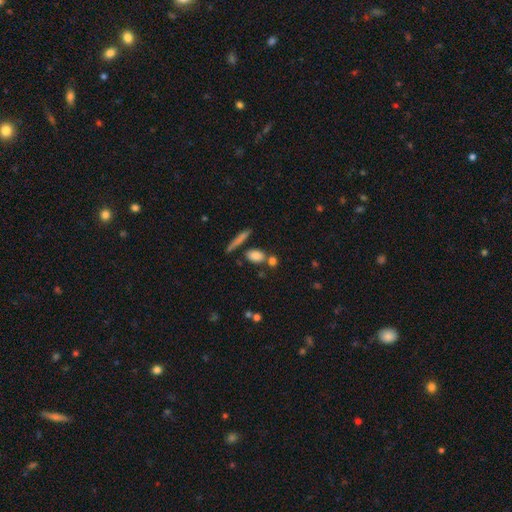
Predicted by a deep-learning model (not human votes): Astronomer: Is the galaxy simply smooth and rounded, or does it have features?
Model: smooth — 81%.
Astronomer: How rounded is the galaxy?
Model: in between — 60%.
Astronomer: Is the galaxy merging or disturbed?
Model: none — 66%.